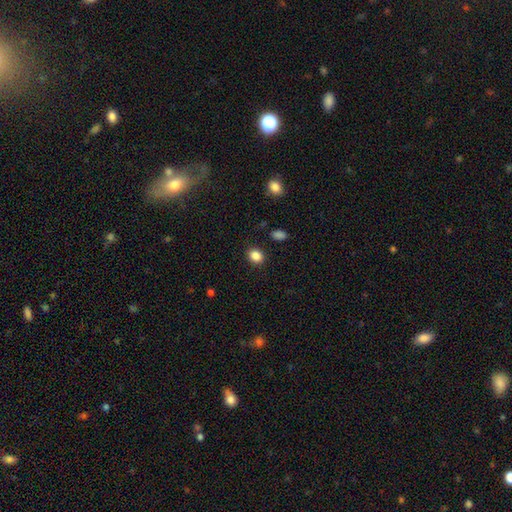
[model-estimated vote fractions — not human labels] Q: Smooth or featured?
A: smooth (86%); runner-up: star or artifact (10%)
Q: How rounded?
A: round (56%); runner-up: in between (43%)
Q: Merging?
A: none (88%); runner-up: minor disturbance (8%)